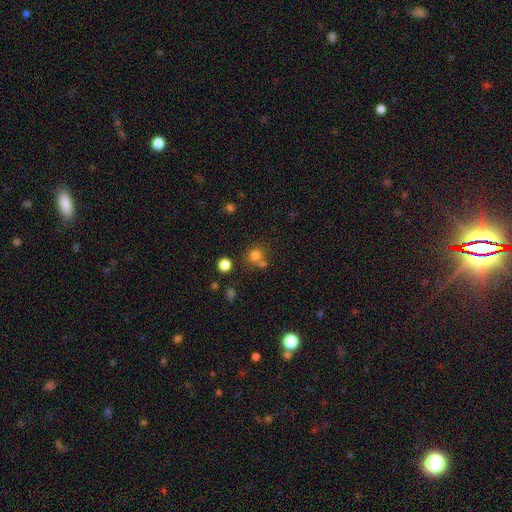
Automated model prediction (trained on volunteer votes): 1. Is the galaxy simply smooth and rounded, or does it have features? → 76% smooth, 16% star or artifact, 8% featured or disk.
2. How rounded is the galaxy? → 85% round, 14% in between, 1% cigar-shaped.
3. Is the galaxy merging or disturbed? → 60% none, 26% merger, 10% minor disturbance, 4% major disturbance.